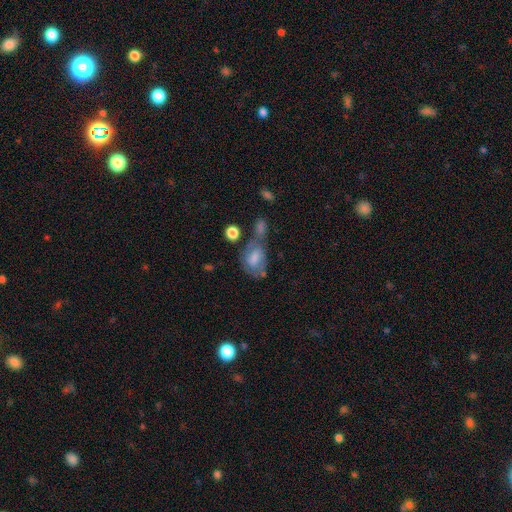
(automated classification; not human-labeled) Q: Smooth or featured?
A: featured or disk (44%); runner-up: smooth (42%)
Q: Merging?
A: none (34%); runner-up: merger (28%)